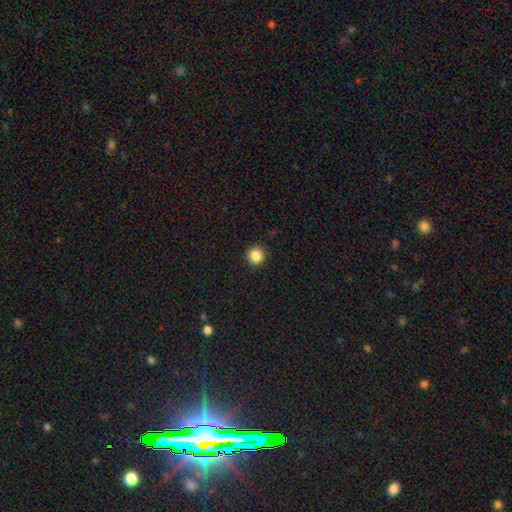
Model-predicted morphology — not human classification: This appears to be a smooth galaxy with no disk features (86%) that is round (95%). Merging: none (93%).